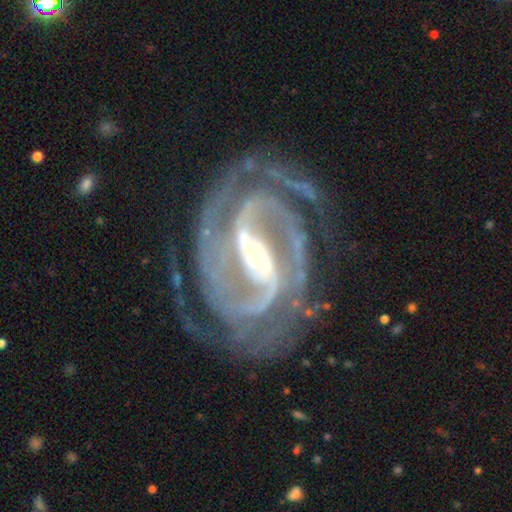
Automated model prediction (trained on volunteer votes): Smooth or featured? featured or disk (93%)
Edge-on disk? no (97%)
Bar? strong (59%)
Spiral arms? yes (99%)
Spiral winding? medium (47%)
Spiral arm count? 2 (70%)
Bulge size? small (48%)
Merging? none (71%)